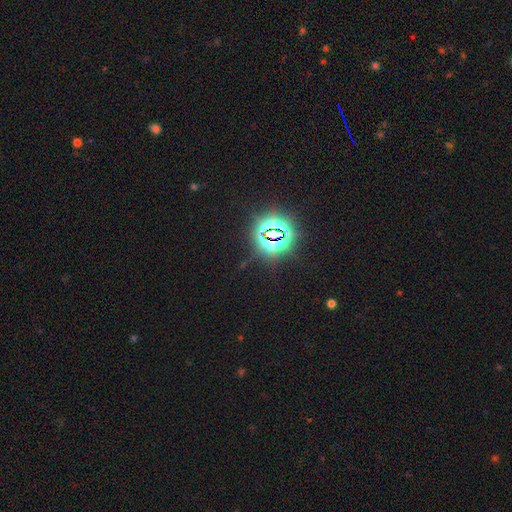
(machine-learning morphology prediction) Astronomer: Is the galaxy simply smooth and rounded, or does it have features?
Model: star or artifact — 82%.